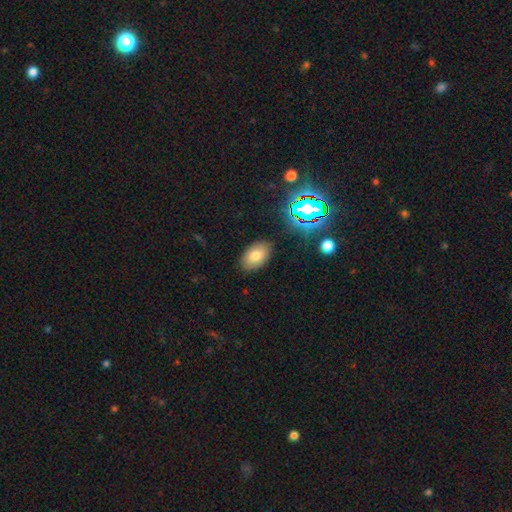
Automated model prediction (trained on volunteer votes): This appears to be a smooth galaxy with no disk features (75%) that is in between round and cigar-shaped (91%). Merging: none (86%).